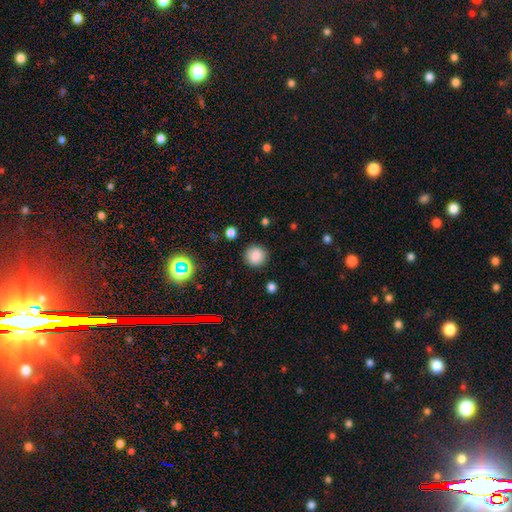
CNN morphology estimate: This is clearly a smooth galaxy (83%). How rounded: clearly round (93%). Merging: clearly none (90%).